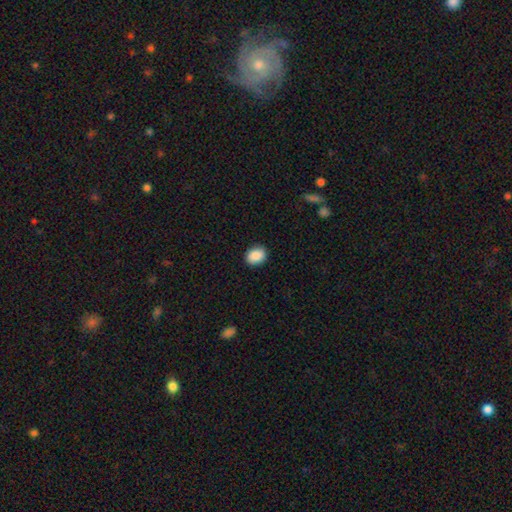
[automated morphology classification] This appears to be a smooth galaxy with no disk features (90%) that is in between round and cigar-shaped (58%). Merging: none (90%).